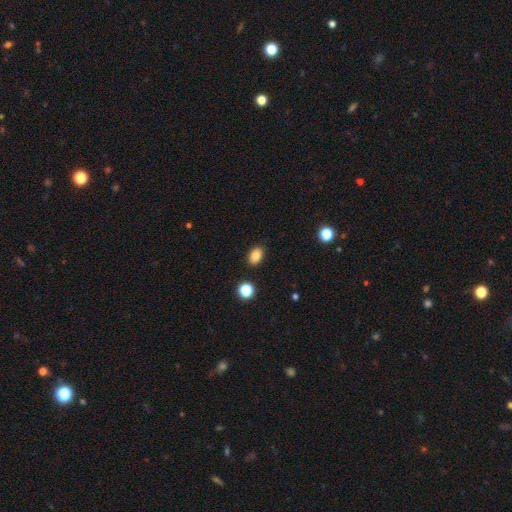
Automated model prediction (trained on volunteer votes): A smooth galaxy with no disk features (85%) that is in between round and cigar-shaped (81%). Merging: none (88%).